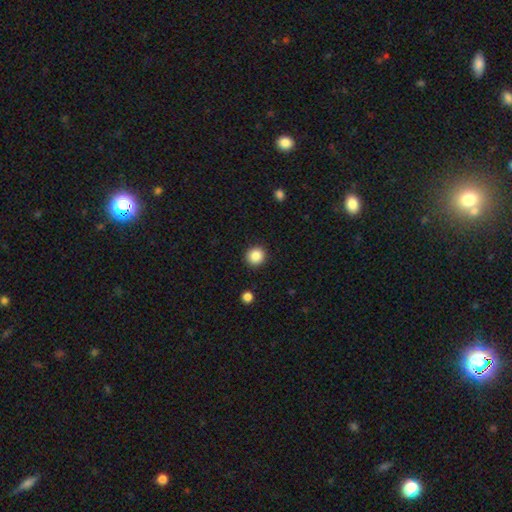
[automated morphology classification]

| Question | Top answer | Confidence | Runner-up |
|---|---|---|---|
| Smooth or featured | smooth | 87% | star or artifact (9%) |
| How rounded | round | 93% | in between (6%) |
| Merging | none | 92% | minor disturbance (5%) |